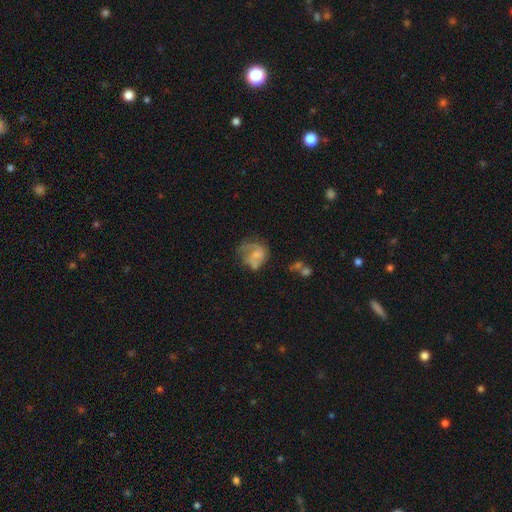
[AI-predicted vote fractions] smooth-or-featured: smooth: 49% | featured or disk: 40% | star or artifact: 11%
  merging: major disturbance: 34% | none: 32% | minor disturbance: 26% | merger: 8%